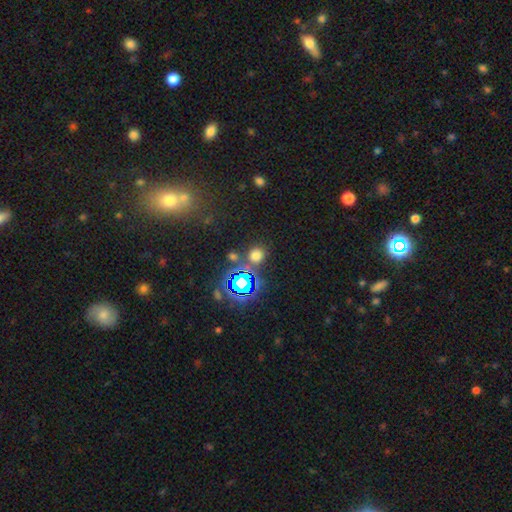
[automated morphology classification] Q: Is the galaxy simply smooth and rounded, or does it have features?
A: smooth — 62%.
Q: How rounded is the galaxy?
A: round — 84%.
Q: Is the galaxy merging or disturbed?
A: none — 79%.